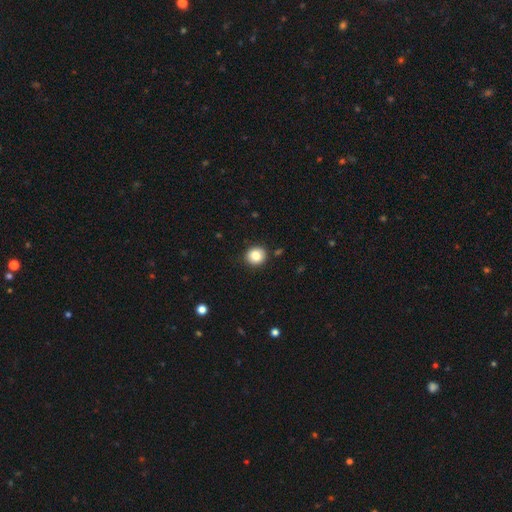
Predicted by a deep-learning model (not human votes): A smooth galaxy with no disk features (85%) that is round (85%).

Vote fractions:
- Smooth or featured? smooth: 85% / star or artifact: 9% / featured or disk: 6%
- How rounded? round: 85% / in between: 15% / cigar-shaped: 1%
- Merging? none: 88% / minor disturbance: 9% / major disturbance: 2% / merger: 1%